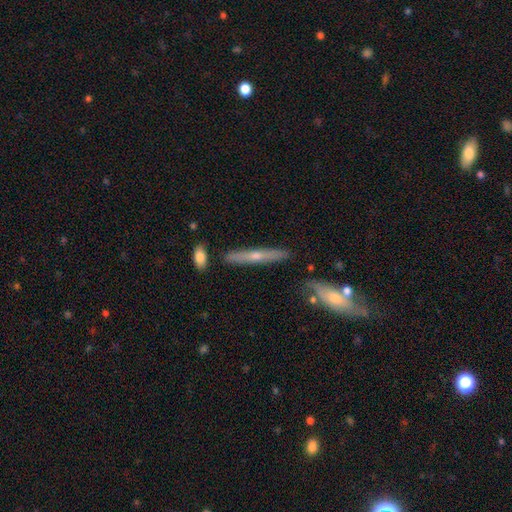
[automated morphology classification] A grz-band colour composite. It shows a featured or disk galaxy (57%) viewed edge-on (93%) with a rounded central bulge (79%). Merging: none (85%).